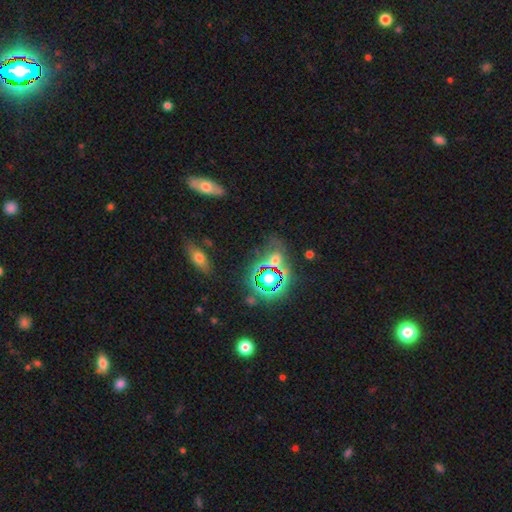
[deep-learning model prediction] Q: Smooth or featured?
A: star or artifact (53%); runner-up: smooth (30%)